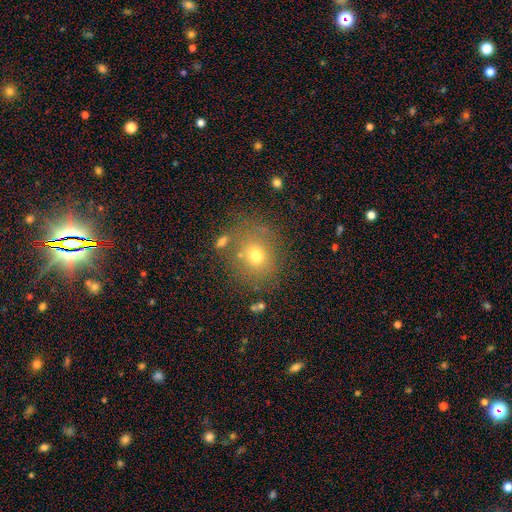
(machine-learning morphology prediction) This appears to be a smooth galaxy with no disk features (69%) that is round (74%). Merging: none (72%).